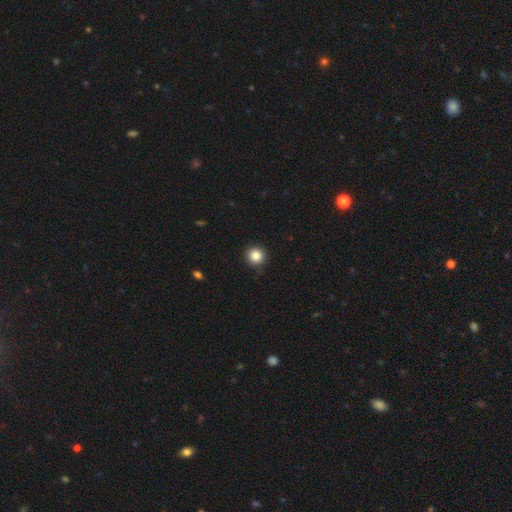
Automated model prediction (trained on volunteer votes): smooth-or-featured: smooth: 85% | star or artifact: 10% | featured or disk: 5%
  how-rounded: round: 94% | in between: 5% | cigar-shaped: 1%
  merging: none: 92% | minor disturbance: 6% | major disturbance: 2% | merger: 1%